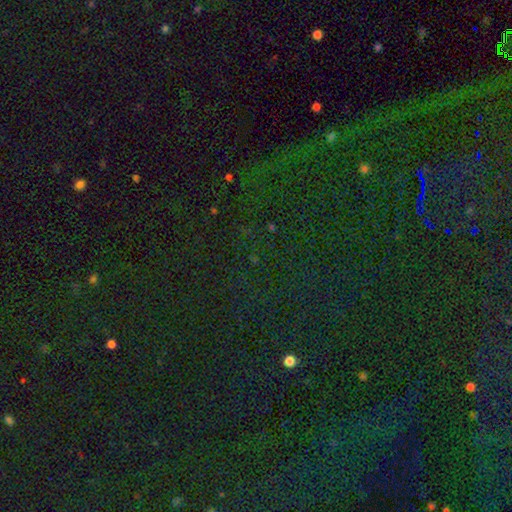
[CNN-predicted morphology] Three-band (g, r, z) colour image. It shows a star or artifact, not a galaxy (84%).